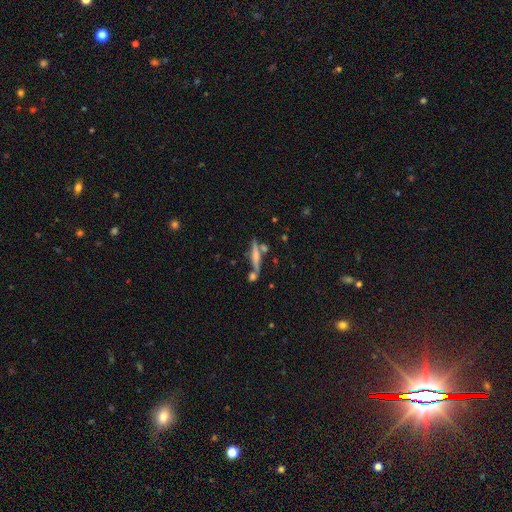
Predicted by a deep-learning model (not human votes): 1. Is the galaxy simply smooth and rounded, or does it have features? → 56% featured or disk, 36% smooth, 9% star or artifact.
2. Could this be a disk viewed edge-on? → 95% yes, 5% no.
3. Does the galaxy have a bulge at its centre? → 55% rounded, 25% none, 20% boxy.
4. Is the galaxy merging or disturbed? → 67% none, 17% merger, 12% minor disturbance, 4% major disturbance.